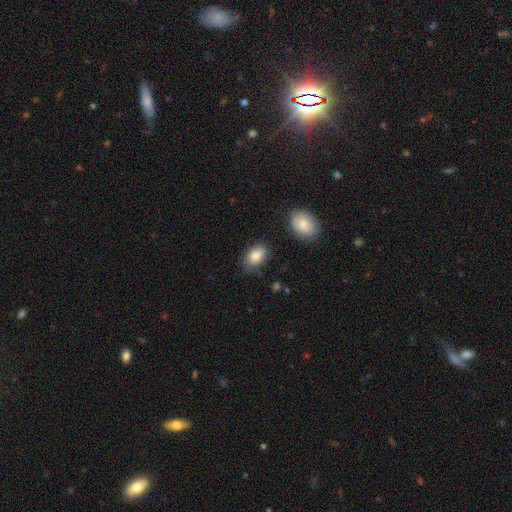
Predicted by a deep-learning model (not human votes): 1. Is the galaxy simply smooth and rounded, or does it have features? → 84% smooth, 8% featured or disk, 8% star or artifact.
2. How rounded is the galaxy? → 84% in between, 15% round, 1% cigar-shaped.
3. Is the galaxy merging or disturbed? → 72% none, 20% minor disturbance, 5% major disturbance, 3% merger.